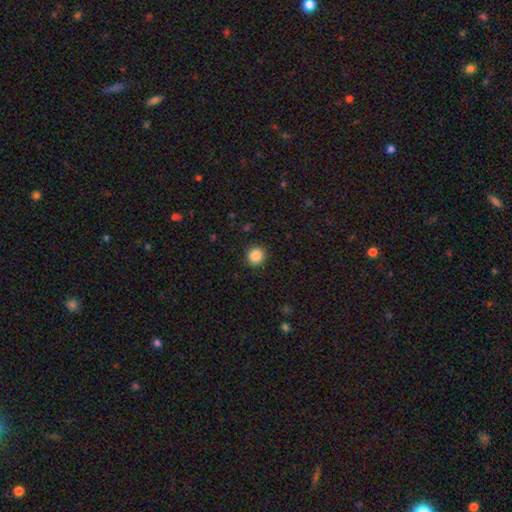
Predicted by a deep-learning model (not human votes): Q: Smooth or featured?
A: smooth (87%); runner-up: star or artifact (10%)
Q: How rounded?
A: round (92%); runner-up: in between (7%)
Q: Merging?
A: none (91%); runner-up: minor disturbance (6%)